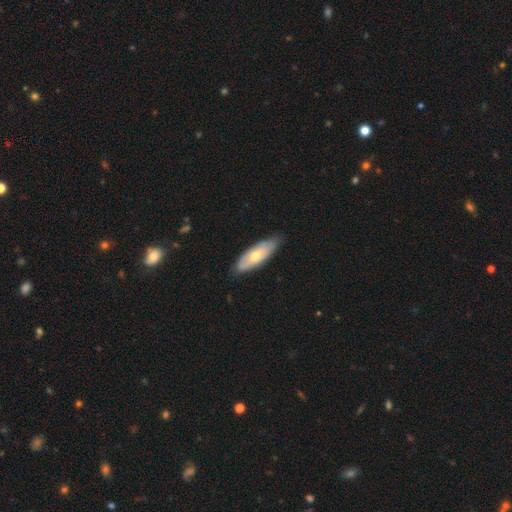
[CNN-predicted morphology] Smooth or featured: smooth — 52% (featured or disk — 43%)
How rounded: in between — 68% (cigar-shaped — 30%)
Merging: none — 79% (minor disturbance — 18%)